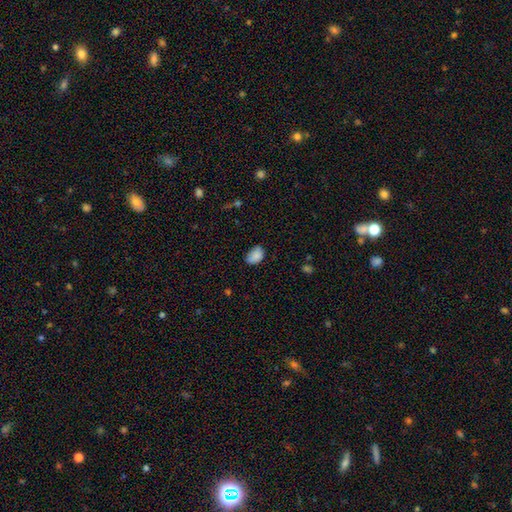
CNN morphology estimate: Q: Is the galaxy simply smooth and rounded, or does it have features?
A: smooth — 86%.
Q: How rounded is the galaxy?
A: in between — 83%.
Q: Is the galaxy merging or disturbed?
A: none — 64%.